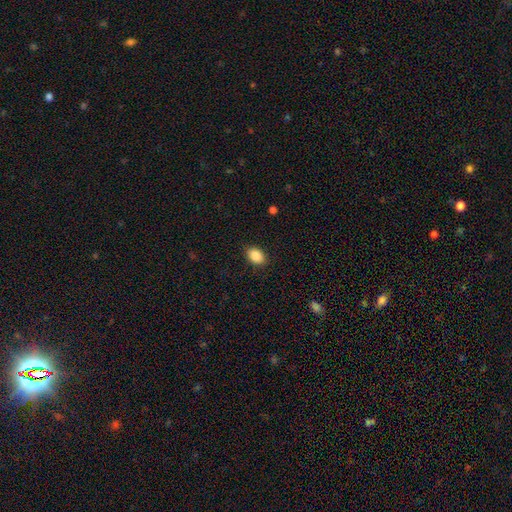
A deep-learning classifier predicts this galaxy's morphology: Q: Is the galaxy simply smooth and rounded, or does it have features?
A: smooth — 88%.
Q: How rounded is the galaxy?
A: in between — 82%.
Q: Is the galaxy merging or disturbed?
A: none — 88%.